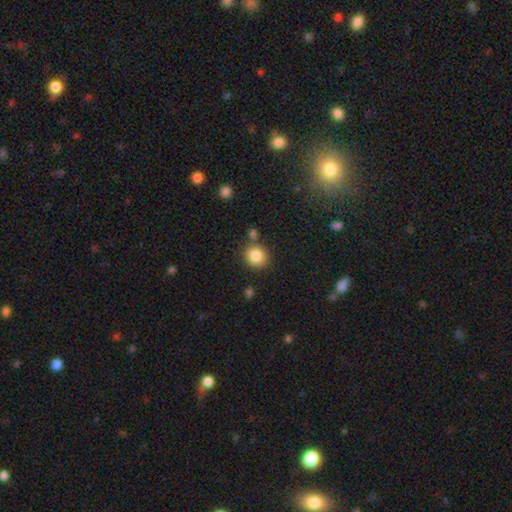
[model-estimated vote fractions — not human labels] smooth_or_featured: smooth (p=0.86) [alt: star or artifact p=0.09]
how_rounded: round (p=0.82) [alt: in between p=0.17]
merging: none (p=0.78) [alt: minor disturbance p=0.10]